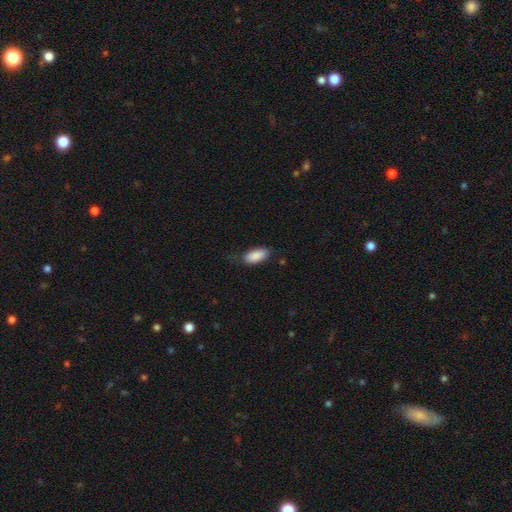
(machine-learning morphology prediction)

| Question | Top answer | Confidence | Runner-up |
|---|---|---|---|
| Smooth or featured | smooth | 88% | featured or disk (6%) |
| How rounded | in between | 90% | cigar-shaped (8%) |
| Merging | none | 65% | minor disturbance (25%) |